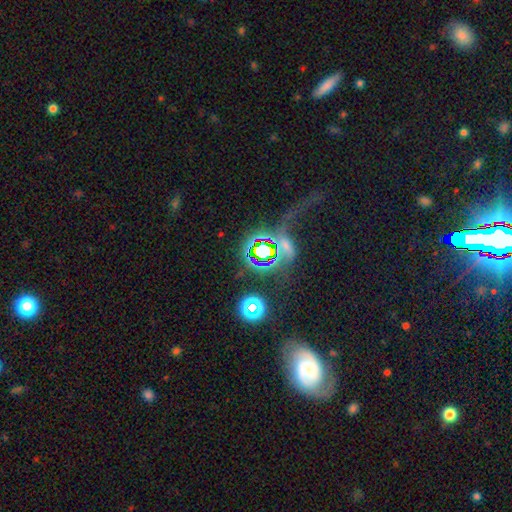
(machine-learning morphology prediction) A star or artifact, not a galaxy (53%).